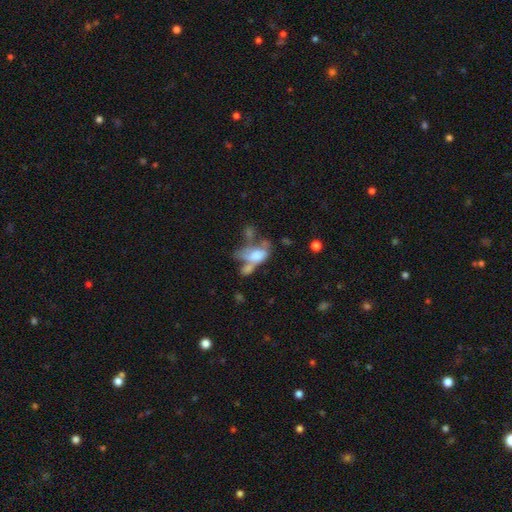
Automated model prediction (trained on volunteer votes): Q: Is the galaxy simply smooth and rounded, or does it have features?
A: smooth — 55%.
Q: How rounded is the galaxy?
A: in between — 86%.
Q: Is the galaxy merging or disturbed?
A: merger — 46%.